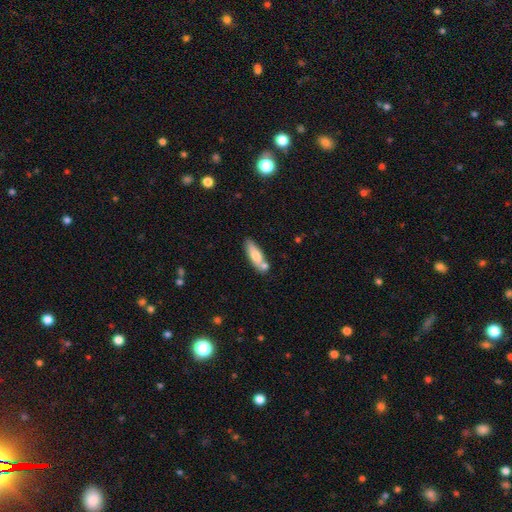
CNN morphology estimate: This is likely a smooth galaxy (72%). How rounded: possibly cigar-shaped (56%). Merging: likely none (66%).